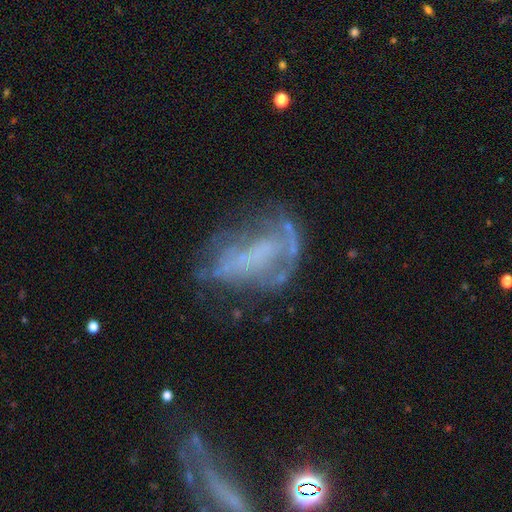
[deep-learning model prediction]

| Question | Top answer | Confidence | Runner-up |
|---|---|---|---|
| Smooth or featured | featured or disk | 63% | smooth (23%) |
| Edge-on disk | no | 94% | yes (6%) |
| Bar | no | 65% | weak (20%) |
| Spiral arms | no | 61% | yes (39%) |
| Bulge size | none | 69% | small (16%) |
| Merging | none | 36% | tied: major disturbance (36%) |